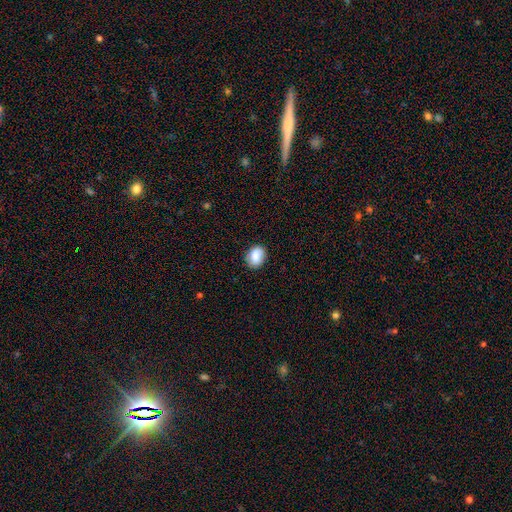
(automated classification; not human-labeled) smooth_or_featured: smooth (p=0.80) [alt: featured or disk p=0.12]
how_rounded: in between (p=0.57) [alt: round p=0.42]
merging: none (p=0.84) [alt: minor disturbance p=0.12]